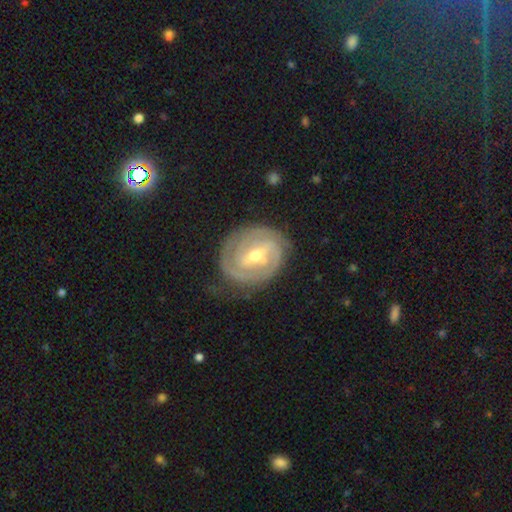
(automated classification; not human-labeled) Smooth or featured?
  - featured or disk: 86% *
  - smooth: 9%
  - star or artifact: 5%
Edge-on disk?
  - no: 97% *
  - yes: 3%
Bar?
  - weak: 43% * (tied)
  - strong: 43% * (tied)
  - no: 14%
Spiral arms?
  - yes: 94% *
  - no: 6%
Spiral winding?
  - tight: 71% *
  - medium: 23%
  - loose: 6%
Spiral arm count?
  - 2: 56% *
  - can't tell: 19%
  - 3: 14%
  - 1: 4%
  - 4: 4%
  - more than 4: 3%
Bulge size?
  - moderate: 55% *
  - small: 42%
  - large: 2%
  - none: 1%
  - dominant: 1%
Merging?
  - none: 76% *
  - minor disturbance: 16%
  - major disturbance: 6%
  - merger: 2%